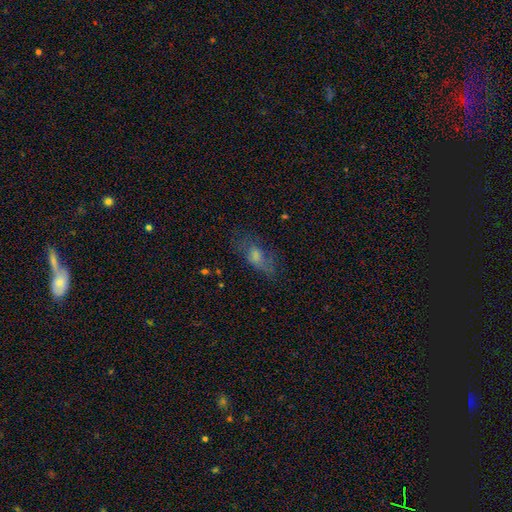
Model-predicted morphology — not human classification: Smooth or featured? Predicted: smooth (p=0.52). How rounded? Predicted: in between (p=0.70). Merging? Predicted: none (p=0.64).